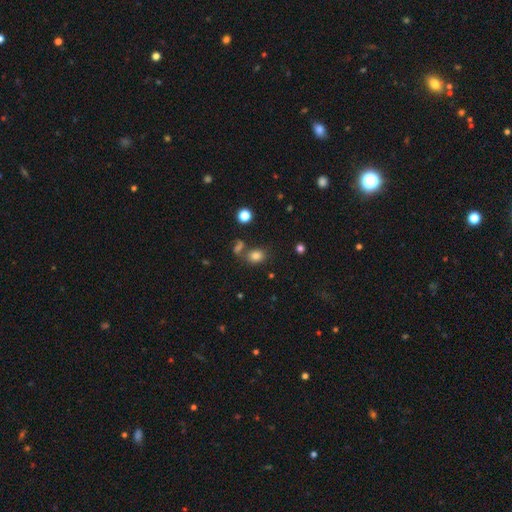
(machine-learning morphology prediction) Smooth or featured: smooth — 79% (star or artifact — 14%)
How rounded: in between — 57% (round — 42%)
Merging: none — 66% (merger — 16%)